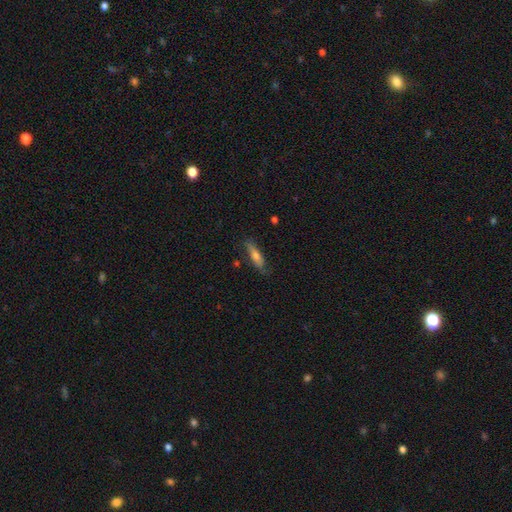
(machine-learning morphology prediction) Smooth or featured: smooth — 49% (featured or disk — 44%)
Merging: none — 72% (minor disturbance — 21%)